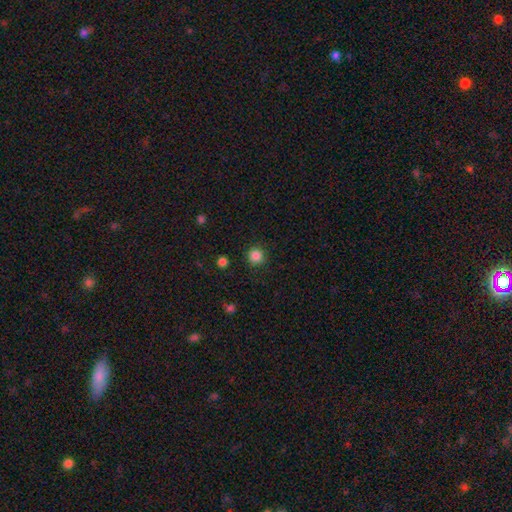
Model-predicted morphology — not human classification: Q: Smooth or featured?
A: smooth (84%); runner-up: star or artifact (12%)
Q: How rounded?
A: round (95%); runner-up: in between (4%)
Q: Merging?
A: none (91%); runner-up: minor disturbance (6%)